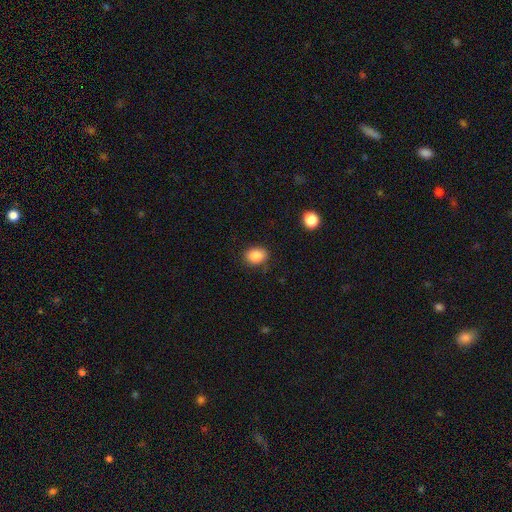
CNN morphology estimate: A smooth galaxy with no disk features (86%) that is in between round and cigar-shaped (62%).

Vote fractions:
- Smooth or featured? smooth: 86% / star or artifact: 9% / featured or disk: 4%
- How rounded? in between: 62% / round: 37% / cigar-shaped: 1%
- Merging? none: 83% / minor disturbance: 12% / major disturbance: 3% / merger: 1%